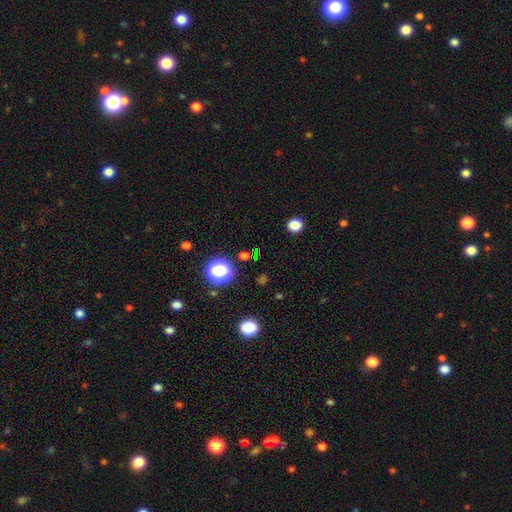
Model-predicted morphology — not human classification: Overall: star or artifact (56%; smooth 36%).